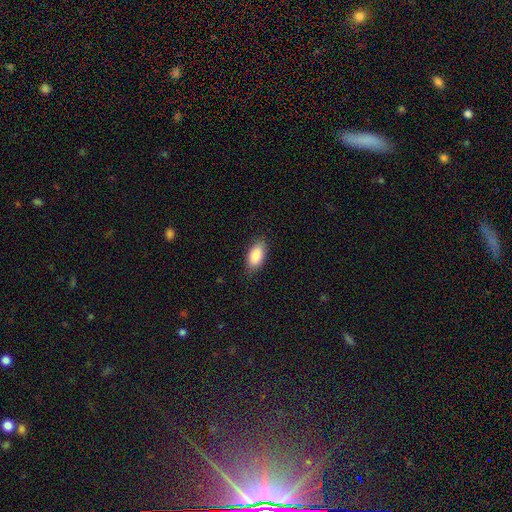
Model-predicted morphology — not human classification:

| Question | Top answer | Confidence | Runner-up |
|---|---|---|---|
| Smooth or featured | smooth | 87% | star or artifact (7%) |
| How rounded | in between | 92% | cigar-shaped (5%) |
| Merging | none | 84% | minor disturbance (12%) |